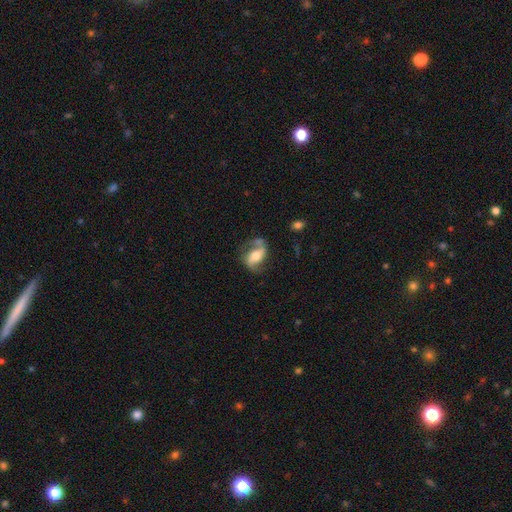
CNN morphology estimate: Q: Smooth or featured?
A: featured or disk (68%); runner-up: smooth (25%)
Q: Edge-on disk?
A: no (95%); runner-up: yes (5%)
Q: Bar?
A: weak (35%); runner-up: no (34%)
Q: Spiral arms?
A: yes (87%); runner-up: no (13%)
Q: Spiral winding?
A: loose (53%); runner-up: medium (36%)
Q: Spiral arm count?
A: 2 (83%); runner-up: 1 (9%)
Q: Bulge size?
A: moderate (52%); runner-up: large (22%)
Q: Merging?
A: none (55%); runner-up: minor disturbance (22%)